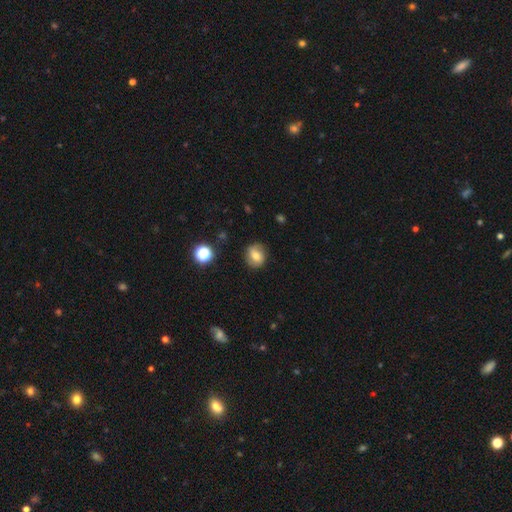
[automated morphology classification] This is likely a smooth galaxy (64%). How rounded: likely round (73%). Merging: clearly none (83%).